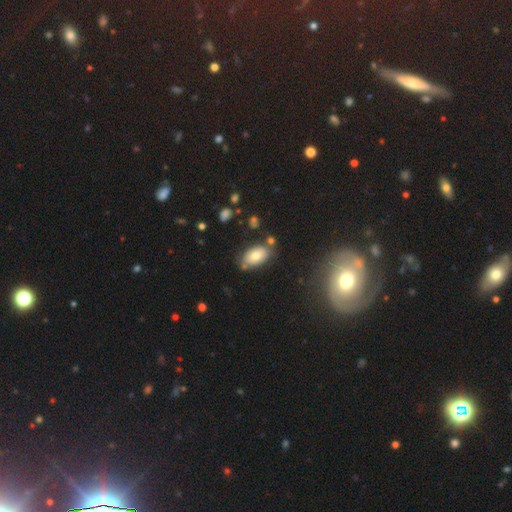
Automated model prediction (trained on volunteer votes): A smooth galaxy with no disk features (71%) that is in between round and cigar-shaped (92%).

Vote fractions:
- Smooth or featured? smooth: 71% / featured or disk: 21% / star or artifact: 8%
- How rounded? in between: 92% / round: 6% / cigar-shaped: 2%
- Merging? none: 69% / minor disturbance: 17% / merger: 9% / major disturbance: 5%